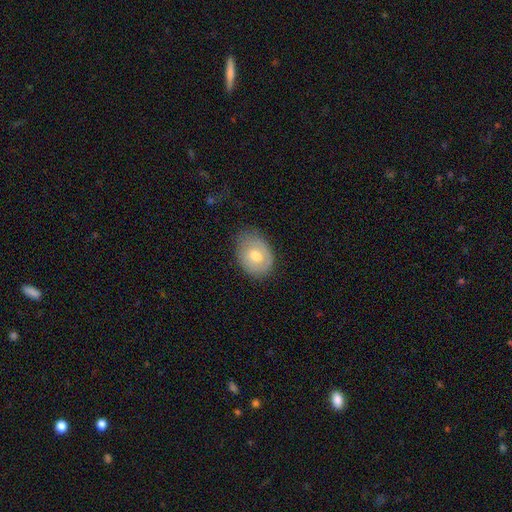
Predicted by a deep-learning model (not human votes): A smooth galaxy with no disk features (58%) that is in between round and cigar-shaped (67%). Merging: none (62%).